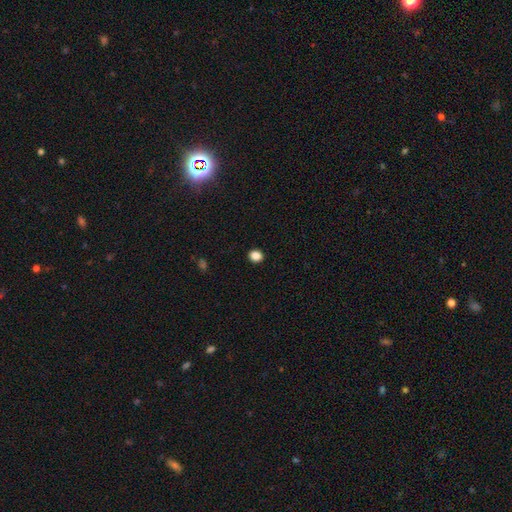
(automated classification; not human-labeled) A smooth galaxy with no disk features (86%) that is round (71%). Merging: none (92%).